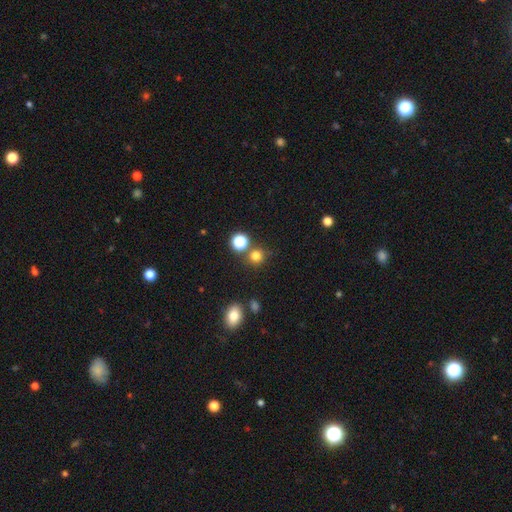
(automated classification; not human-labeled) A smooth galaxy with no disk features (76%) that is round (88%). Merging: none (74%).